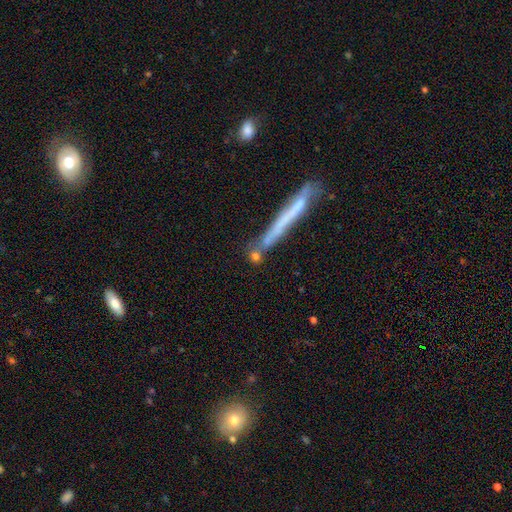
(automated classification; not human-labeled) Smooth or featured?
  - smooth: 62% *
  - featured or disk: 25%
  - star or artifact: 13%
How rounded?
  - cigar-shaped: 51% *
  - round: 37%
  - in between: 13%
Merging?
  - none: 63% *
  - merger: 18%
  - minor disturbance: 13%
  - major disturbance: 6%